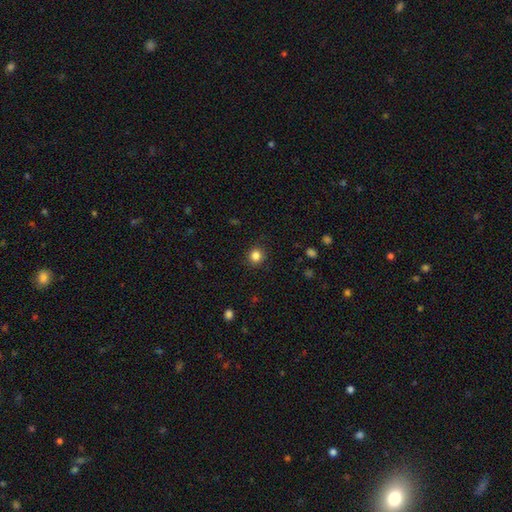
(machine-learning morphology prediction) smooth_or_featured: smooth (p=0.84) [alt: star or artifact p=0.11]
how_rounded: round (p=0.89) [alt: in between p=0.11]
merging: none (p=0.90) [alt: minor disturbance p=0.07]